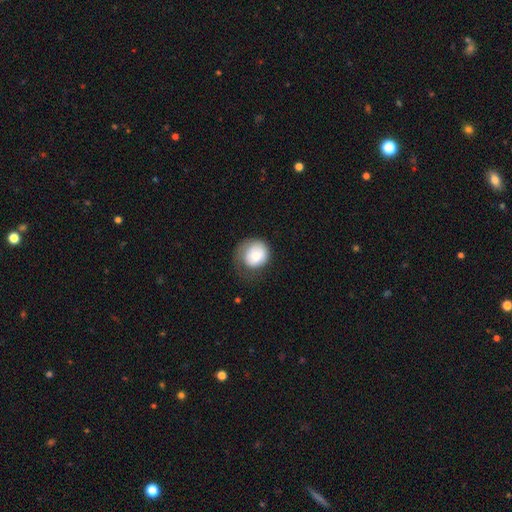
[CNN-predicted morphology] Smooth or featured: smooth — 76% (featured or disk — 17%)
How rounded: round — 75% (in between — 25%)
Merging: none — 40% (minor disturbance — 31%)